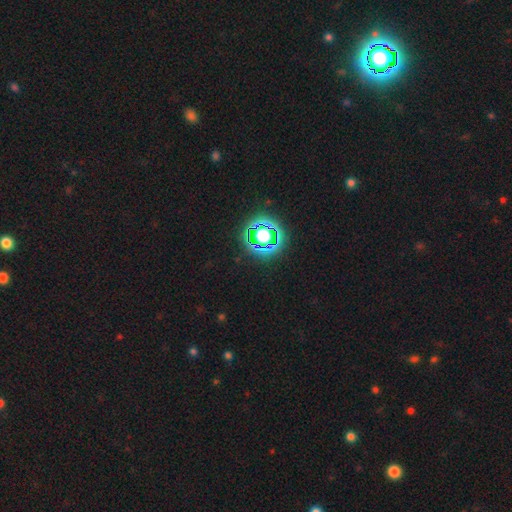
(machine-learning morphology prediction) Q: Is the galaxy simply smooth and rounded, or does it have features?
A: star or artifact — 81%.